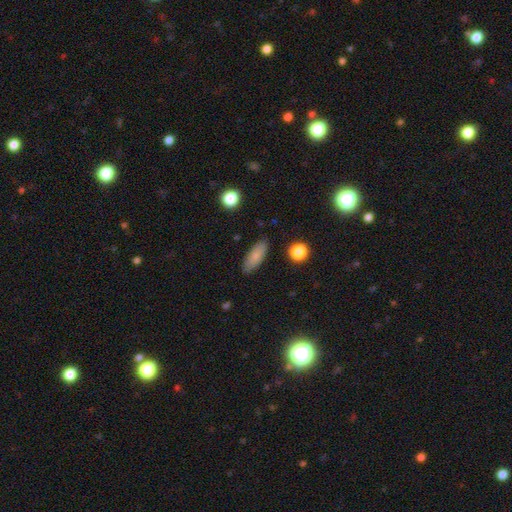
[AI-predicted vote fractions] smooth_or_featured: smooth (p=0.81) [alt: featured or disk p=0.12]
how_rounded: in between (p=0.73) [alt: cigar-shaped p=0.24]
merging: none (p=0.85) [alt: minor disturbance p=0.11]